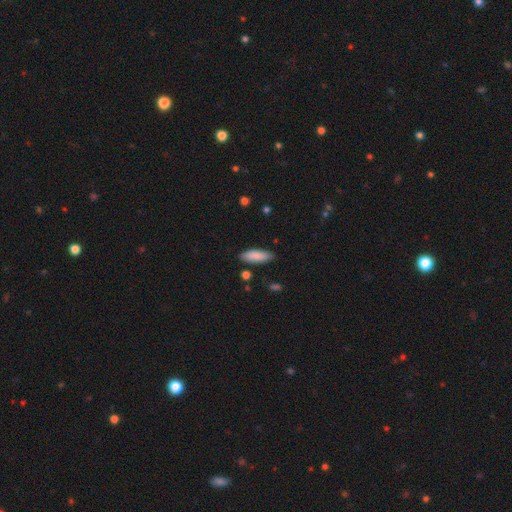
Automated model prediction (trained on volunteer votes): Smooth or featured?
  - smooth: 85% *
  - featured or disk: 9%
  - star or artifact: 6%
How rounded?
  - in between: 58% *
  - cigar-shaped: 40%
  - round: 2%
Merging?
  - none: 86% *
  - minor disturbance: 10%
  - merger: 2%
  - major disturbance: 2%